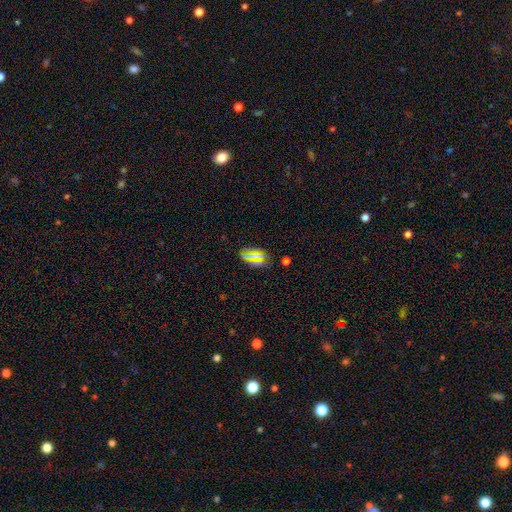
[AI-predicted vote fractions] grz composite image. It shows a smooth galaxy with no disk features (61%) that is in between round and cigar-shaped (64%). Merging: none (79%).